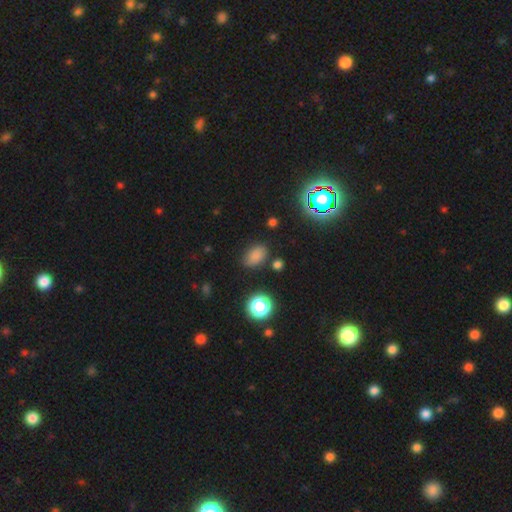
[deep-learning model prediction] Smooth or featured: smooth — 76% (star or artifact — 17%)
How rounded: in between — 82% (round — 16%)
Merging: none — 76% (minor disturbance — 16%)